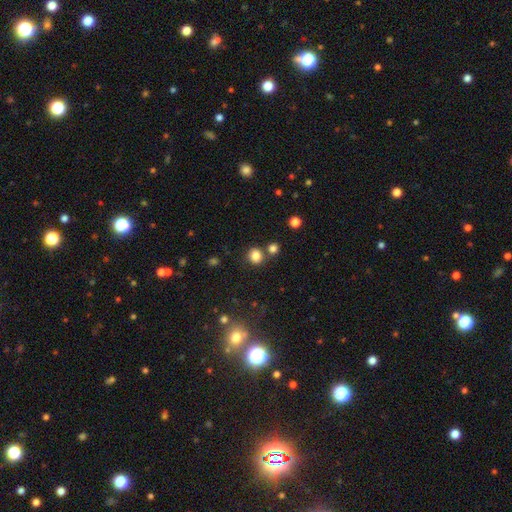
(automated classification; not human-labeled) This appears to be a smooth galaxy with no disk features (82%) that is round (82%). Merging: none (74%).